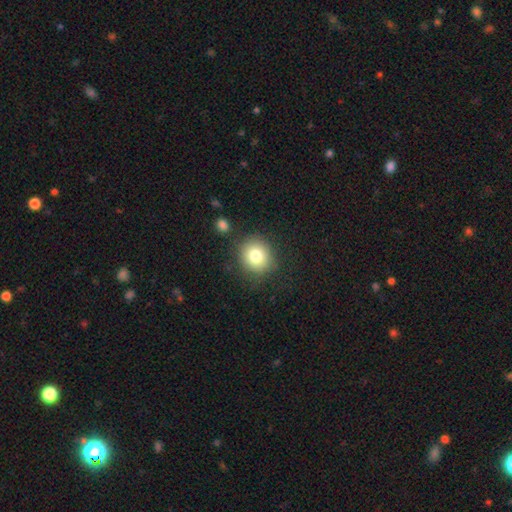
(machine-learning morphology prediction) The model was most divided on "smooth or featured": smooth: 79%, star or artifact: 11%, featured or disk: 10%. More confident: how rounded — round (85%); merging — none (83%).